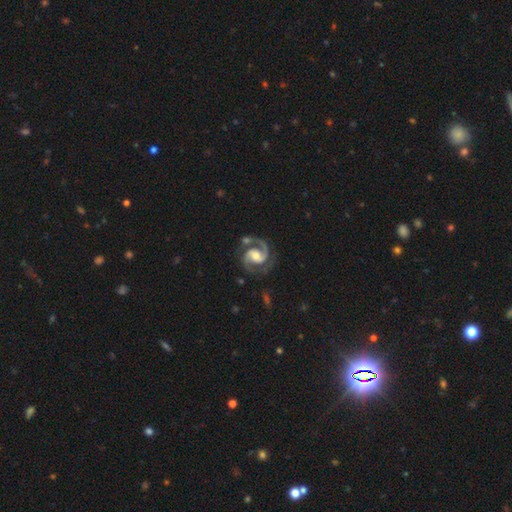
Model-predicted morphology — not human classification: featured or disk 93%, star or artifact 4%, smooth 3%. Down the decision tree: edge-on disk — no (98%); bar — weak (43%); spiral arms — yes (99%); spiral arm count — 2 (93%); spiral winding — medium (60%); bulge size — moderate (57%); merging — none (69%).